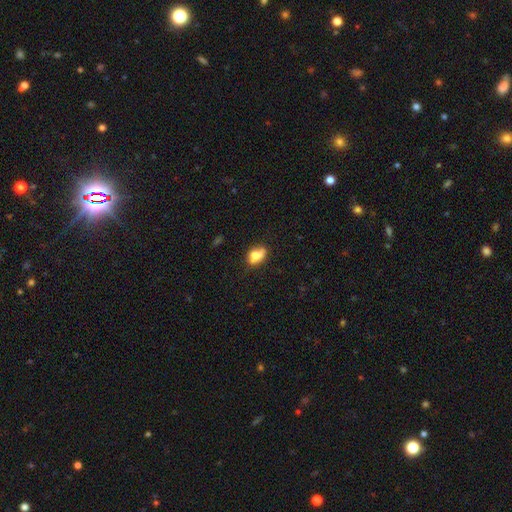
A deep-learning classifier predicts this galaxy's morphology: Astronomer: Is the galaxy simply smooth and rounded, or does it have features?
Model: smooth — 67%.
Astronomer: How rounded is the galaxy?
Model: in between — 74%.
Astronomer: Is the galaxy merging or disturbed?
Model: none — 40% (runner-up: merger, 26%).